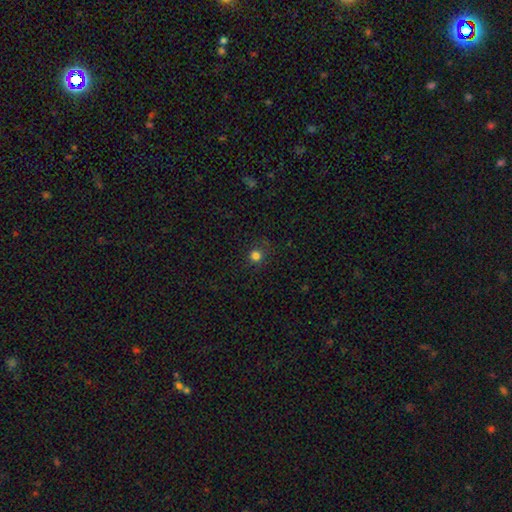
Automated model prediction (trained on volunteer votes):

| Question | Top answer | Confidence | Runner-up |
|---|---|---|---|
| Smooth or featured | smooth | 79% | star or artifact (16%) |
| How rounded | round | 92% | in between (7%) |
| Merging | none | 86% | minor disturbance (9%) |